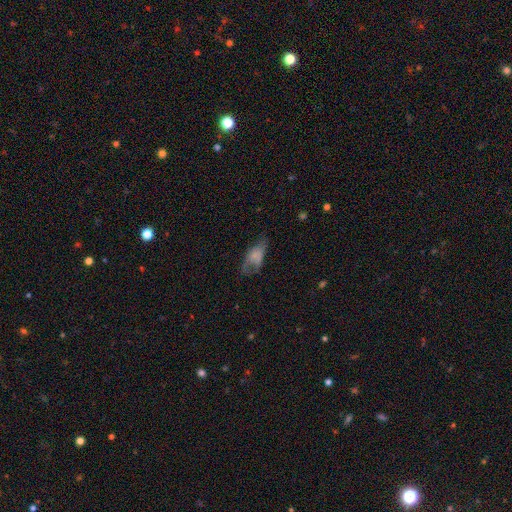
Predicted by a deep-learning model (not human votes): Q: Smooth or featured?
A: smooth (56%); runner-up: featured or disk (33%)
Q: How rounded?
A: in between (87%); runner-up: cigar-shaped (8%)
Q: Merging?
A: major disturbance (36%); runner-up: none (33%)